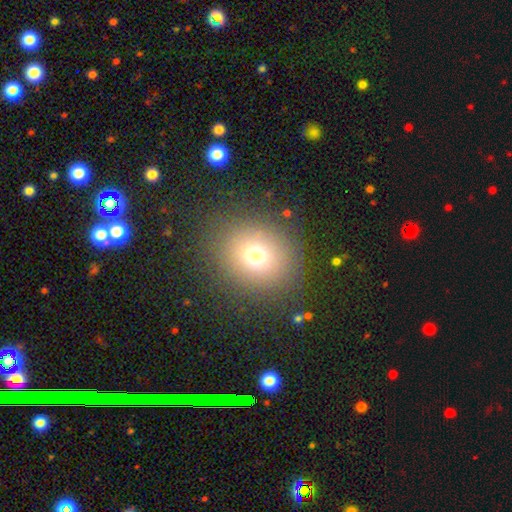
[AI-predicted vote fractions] smooth 71%, star or artifact 18%, featured or disk 11%. Down the decision tree: how rounded — round (77%); merging — none (85%).